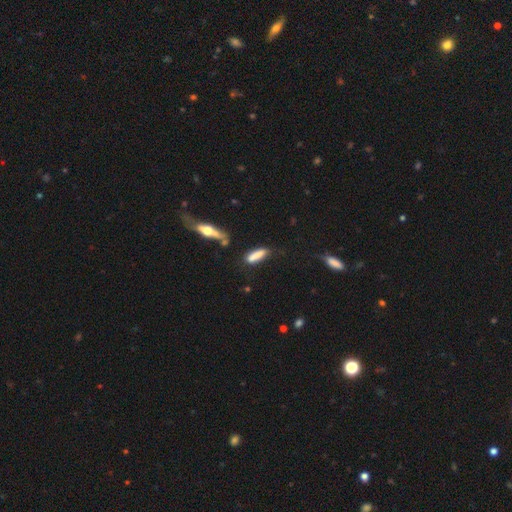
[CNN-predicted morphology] type=smooth (81%); roundness=cigar-shaped (66%); merging=none (64%).